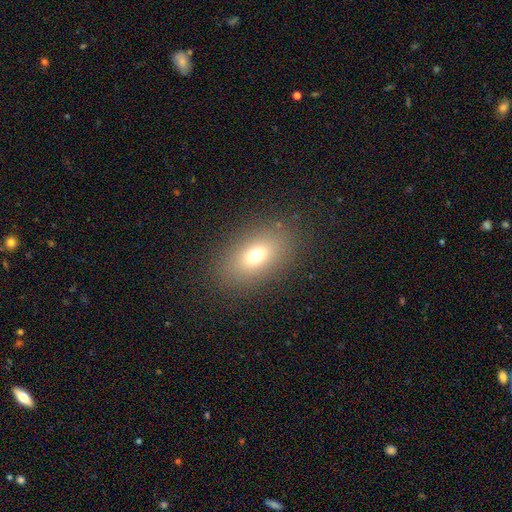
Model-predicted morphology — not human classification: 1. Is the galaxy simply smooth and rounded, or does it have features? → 70% smooth, 16% featured or disk, 14% star or artifact.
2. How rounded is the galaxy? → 83% in between, 14% round, 3% cigar-shaped.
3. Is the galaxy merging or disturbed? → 85% none, 9% minor disturbance, 5% major disturbance, 1% merger.